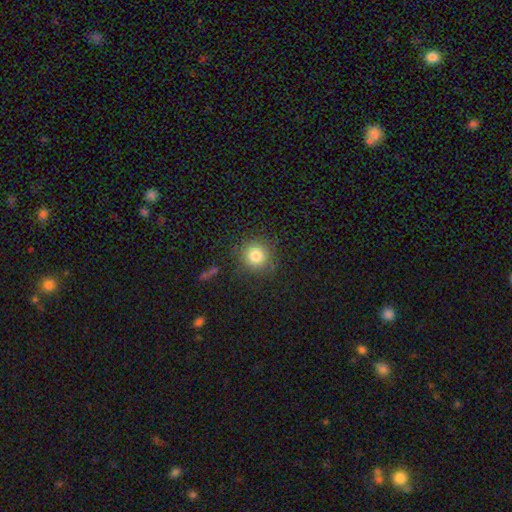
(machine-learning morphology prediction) The model was most divided on "smooth or featured": smooth: 81%, star or artifact: 12%, featured or disk: 7%. More confident: how rounded — round (92%); merging — none (83%).